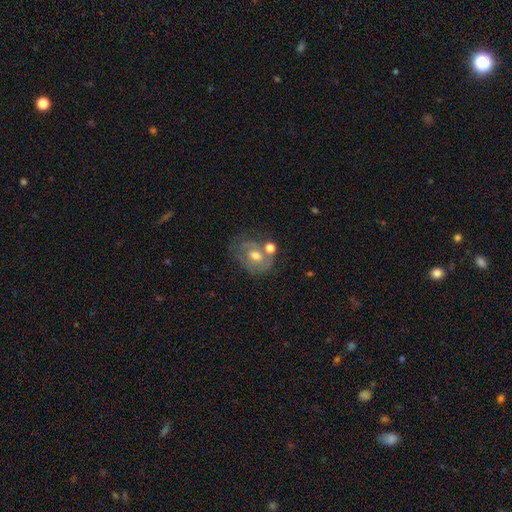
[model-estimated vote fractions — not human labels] This is possibly a featured or disk galaxy (60%). It is clearly not viewed edge-on (95%). Bar: likely no (65%). Spiral arm pattern: possibly yes (54%). Central bulge: likely moderate (69%). Merging: possibly none (46%).